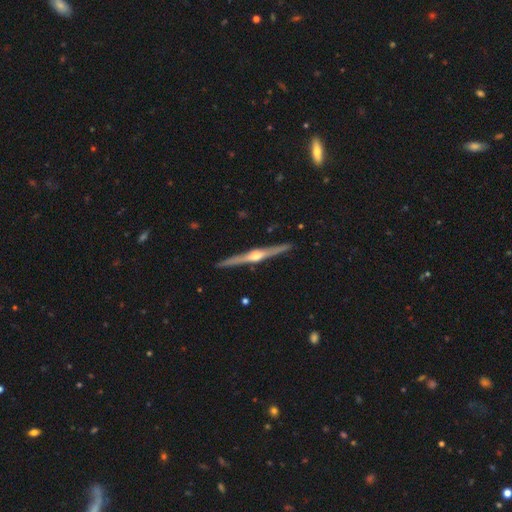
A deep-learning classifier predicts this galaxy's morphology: Smooth or featured?
  - featured or disk: 83% *
  - smooth: 12%
  - star or artifact: 5%
Edge-on disk?
  - yes: 98% *
  - no: 2%
Edge-on bulge?
  - rounded: 93% *
  - boxy: 3%
  - none: 3%
Merging?
  - none: 92% *
  - minor disturbance: 6%
  - major disturbance: 1%
  - merger: 1%